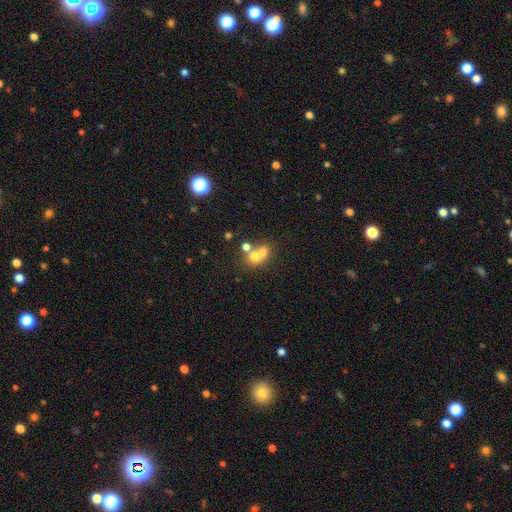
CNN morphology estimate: The model was most divided on "merging": merger: 58%, none: 31%, minor disturbance: 6%, major disturbance: 4%. More confident: how rounded — round (70%); smooth or featured — smooth (59%).